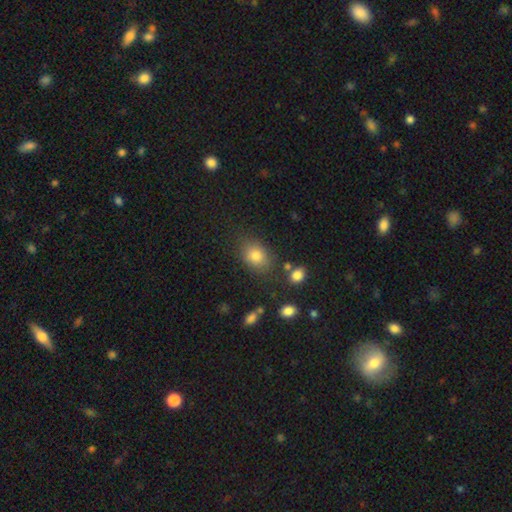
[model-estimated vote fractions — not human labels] smooth 80%, star or artifact 11%, featured or disk 9%. Down the decision tree: how rounded — in between (65%); merging — none (77%).